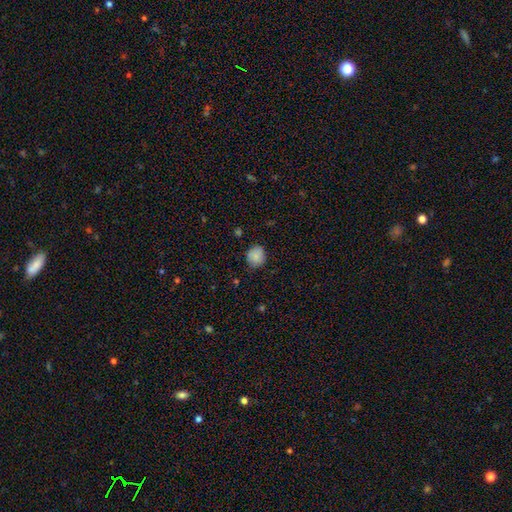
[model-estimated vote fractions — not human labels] Smooth or featured?
  - smooth: 85% *
  - star or artifact: 9%
  - featured or disk: 6%
How rounded?
  - round: 73% *
  - in between: 26%
  - cigar-shaped: 1%
Merging?
  - none: 78% *
  - minor disturbance: 17%
  - major disturbance: 3%
  - merger: 1%